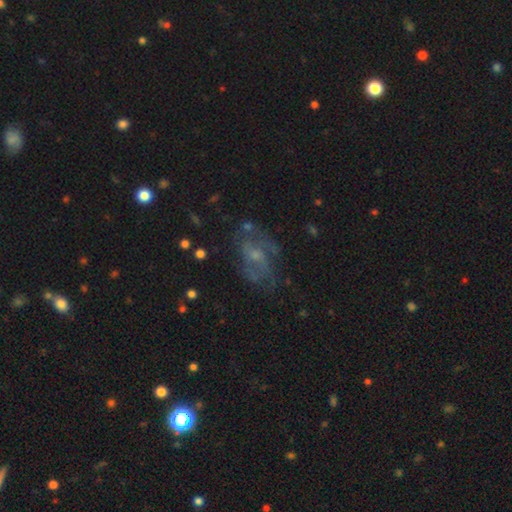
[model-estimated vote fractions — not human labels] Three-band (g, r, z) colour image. It shows a featured or disk galaxy (63%) with no bar (62%), spiral arms (67%) and a small central bulge (54%). Merging: none (55%).